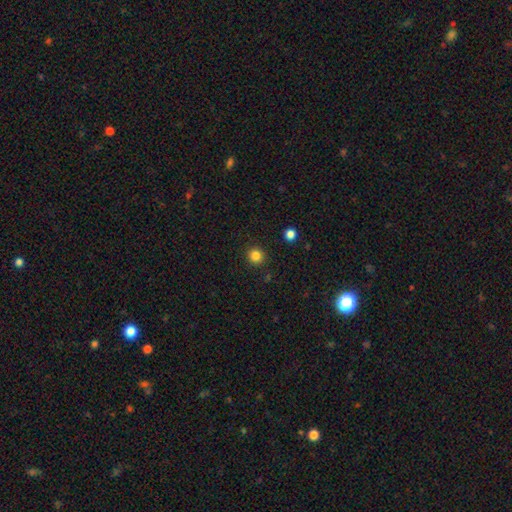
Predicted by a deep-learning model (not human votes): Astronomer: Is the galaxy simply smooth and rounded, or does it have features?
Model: smooth — 84%.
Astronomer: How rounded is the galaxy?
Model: round — 93%.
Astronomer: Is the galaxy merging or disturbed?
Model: none — 92%.